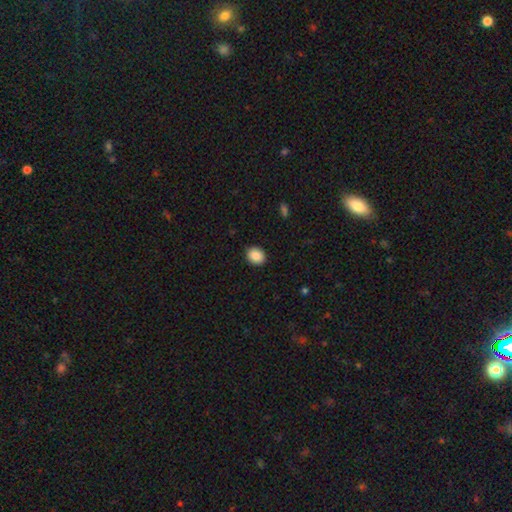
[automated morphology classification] A smooth galaxy with no disk features (89%) that is round (51%).

Vote fractions:
- Smooth or featured? smooth: 89% / star or artifact: 8% / featured or disk: 3%
- How rounded? round: 51% / in between: 48% / cigar-shaped: 1%
- Merging? none: 91% / minor disturbance: 6% / major disturbance: 2% / merger: 1%